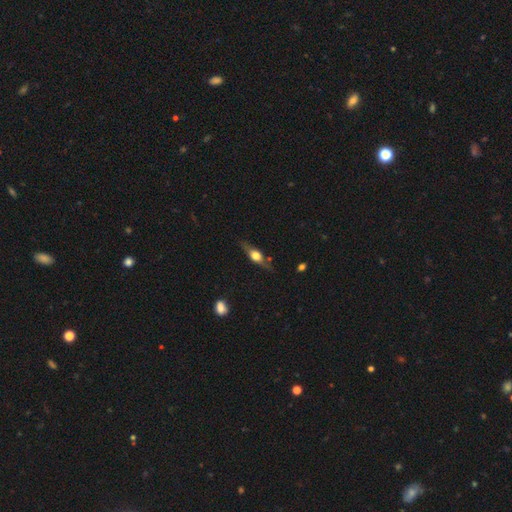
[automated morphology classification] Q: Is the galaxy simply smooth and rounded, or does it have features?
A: featured or disk — 61%.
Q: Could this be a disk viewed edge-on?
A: yes — 90%.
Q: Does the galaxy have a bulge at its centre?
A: rounded — 93%.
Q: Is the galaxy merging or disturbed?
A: none — 78%.